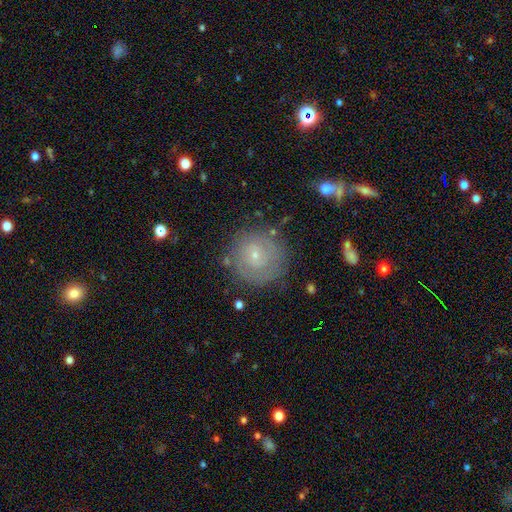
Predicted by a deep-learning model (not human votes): Overall: featured or disk (54%; smooth 36%). Edge-on disk: no (97%). Bar: no (66%; weak 29%). Spiral arms: yes (71%). Bulge size: small (79%). Merging: none (78%).